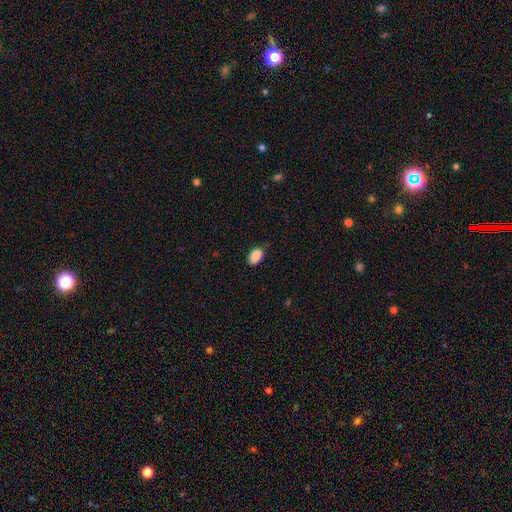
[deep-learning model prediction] Smooth or featured? Predicted: smooth (p=0.89). How rounded? Predicted: in between (p=0.90). Merging? Predicted: none (p=0.82).